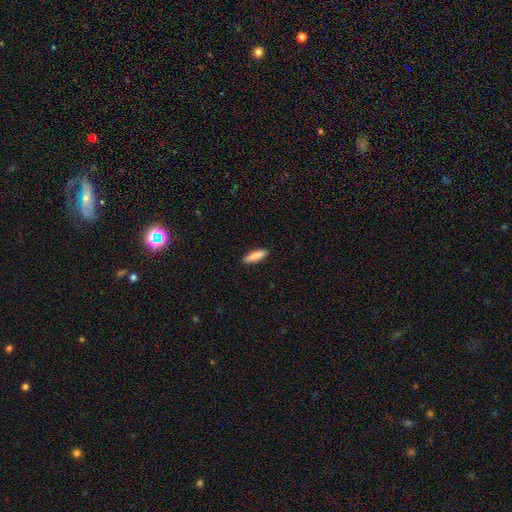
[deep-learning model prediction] The model was most divided on "how rounded": cigar-shaped: 66%, in between: 32%, round: 2%. More confident: merging — none (90%); smooth or featured — smooth (85%).